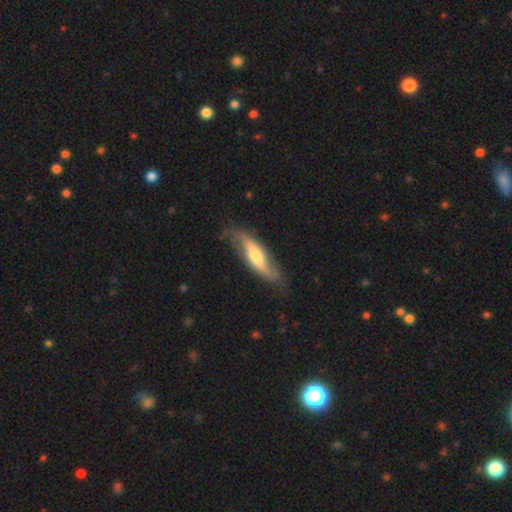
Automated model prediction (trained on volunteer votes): This is likely a featured or disk galaxy (63%). It is likely not viewed edge-on (63%). Merging: likely none (71%).